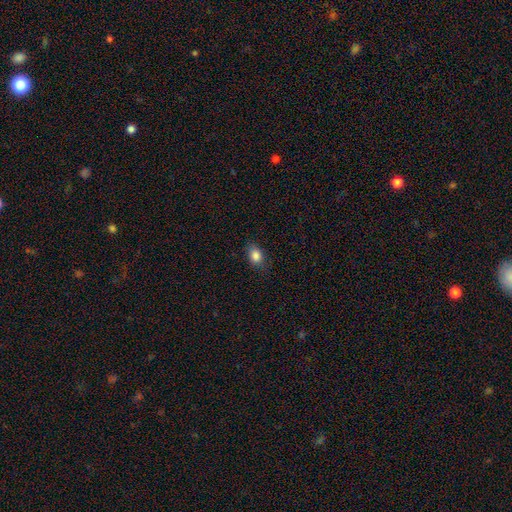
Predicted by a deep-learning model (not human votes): Smooth or featured: smooth — 85% (star or artifact — 9%)
How rounded: in between — 70% (round — 28%)
Merging: none — 80% (minor disturbance — 15%)